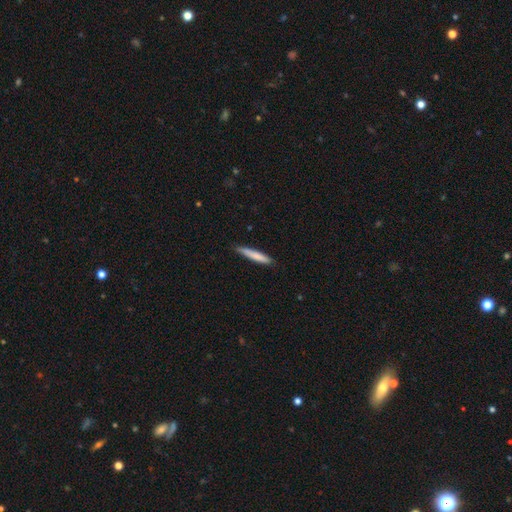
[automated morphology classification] Smooth or featured?
  - smooth: 77% *
  - featured or disk: 17%
  - star or artifact: 6%
How rounded?
  - cigar-shaped: 93% *
  - in between: 6%
  - round: 1%
Merging?
  - none: 84% *
  - minor disturbance: 13%
  - major disturbance: 2%
  - merger: 1%